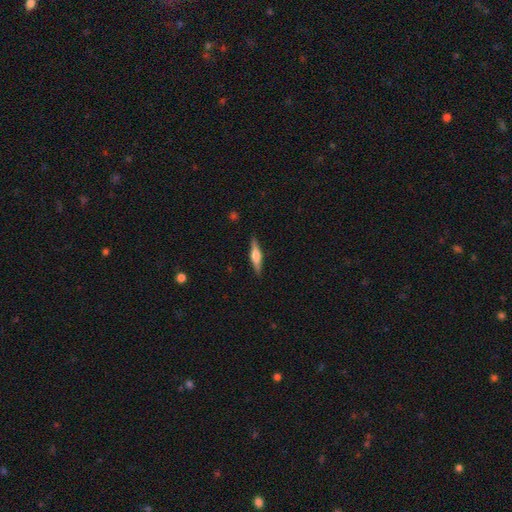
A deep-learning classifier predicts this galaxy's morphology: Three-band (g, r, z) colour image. It shows a featured or disk galaxy (60%) viewed edge-on (97%) with a rounded central bulge (84%). Merging: none (90%).